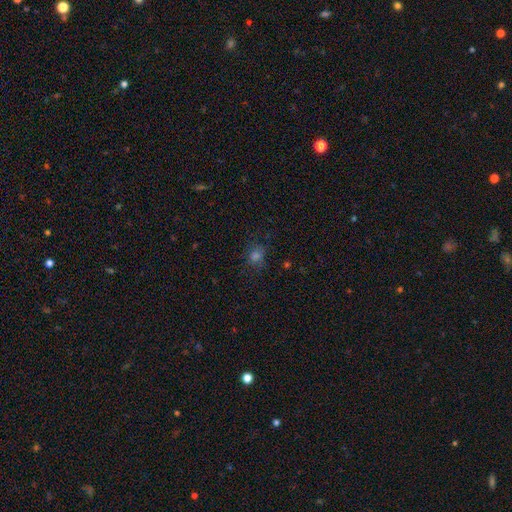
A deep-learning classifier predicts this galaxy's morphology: Smooth or featured? smooth (62%)
How rounded? round (67%)
Merging? none (75%)